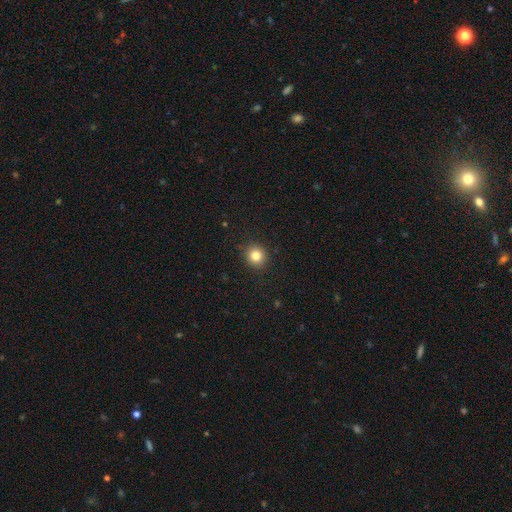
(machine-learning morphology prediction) This appears to be a smooth galaxy with no disk features (83%) that is round (89%). Merging: none (92%).